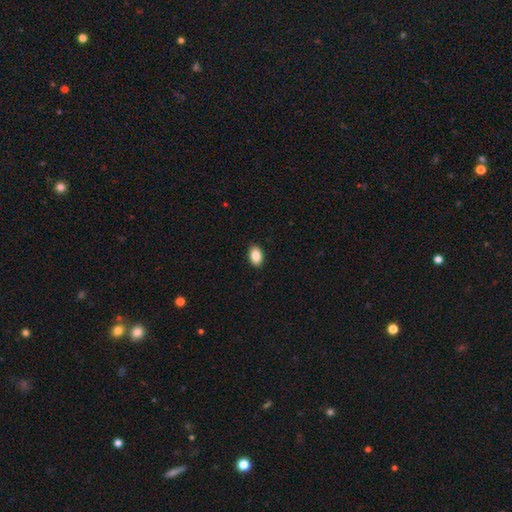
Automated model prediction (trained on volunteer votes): smooth_or_featured: smooth (p=0.88) [alt: star or artifact p=0.08]
how_rounded: in between (p=0.89) [alt: round p=0.10]
merging: none (p=0.91) [alt: minor disturbance p=0.07]